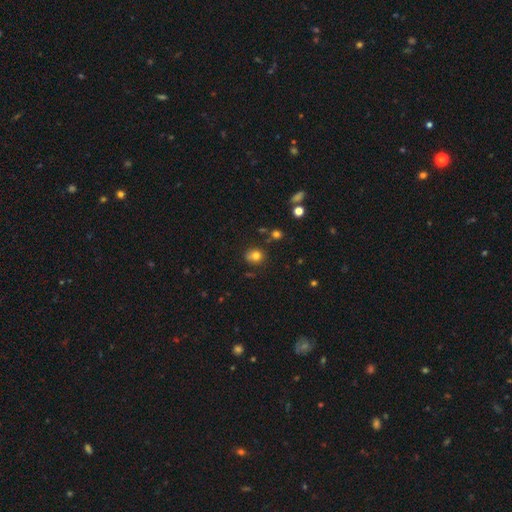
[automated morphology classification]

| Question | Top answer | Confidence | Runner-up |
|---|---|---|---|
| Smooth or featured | smooth | 79% | star or artifact (13%) |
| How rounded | round | 71% | in between (28%) |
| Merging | none | 78% | minor disturbance (15%) |